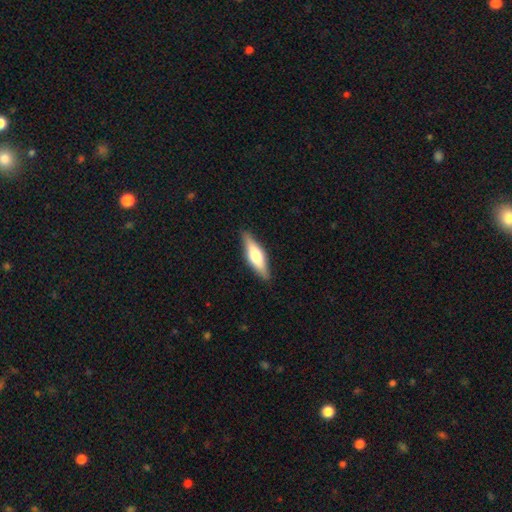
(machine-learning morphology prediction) A smooth galaxy with no disk features (48%).

Vote fractions:
- Smooth or featured? smooth: 48% / featured or disk: 47% / star or artifact: 5%
- Merging? none: 88% / minor disturbance: 9% / major disturbance: 2% / merger: 1%